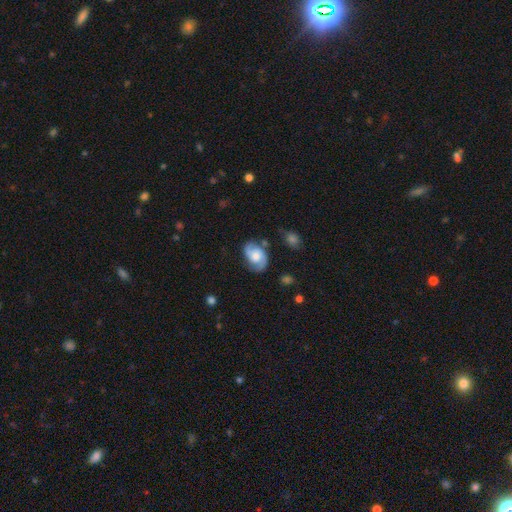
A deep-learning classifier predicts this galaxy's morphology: Smooth or featured? Predicted: featured or disk (p=0.68). Edge-on disk? Predicted: no (p=0.97). Bar? Predicted: no (p=0.64). Spiral arms? Predicted: yes (p=0.91). Spiral winding? Predicted: medium (p=0.48). Spiral arm count? Predicted: 2 (p=0.87). Bulge size? Predicted: moderate (p=0.54). Merging? Predicted: none (p=0.68).